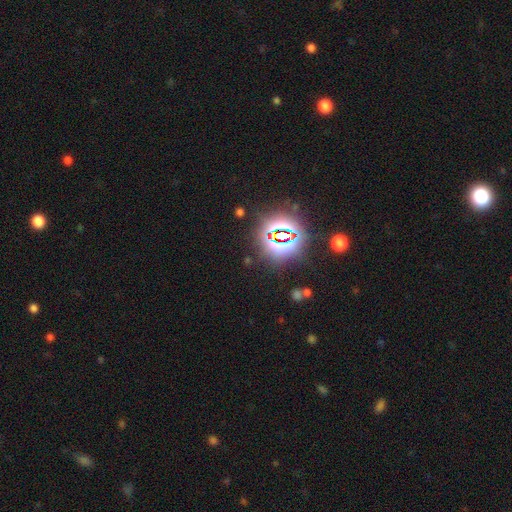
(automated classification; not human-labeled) Morphology: type=star or artifact (84%).